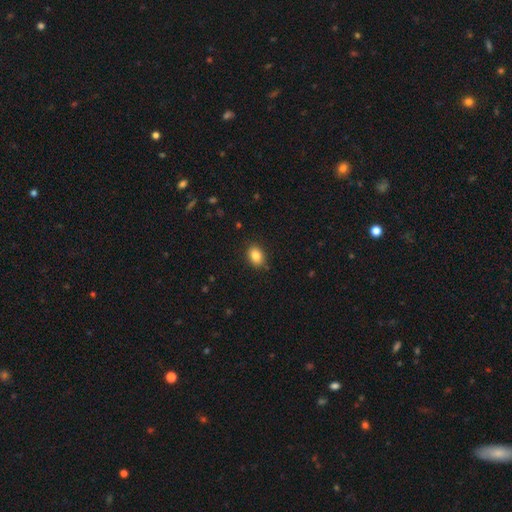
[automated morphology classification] A smooth galaxy with no disk features (85%) that is in between round and cigar-shaped (78%). Merging: none (86%).